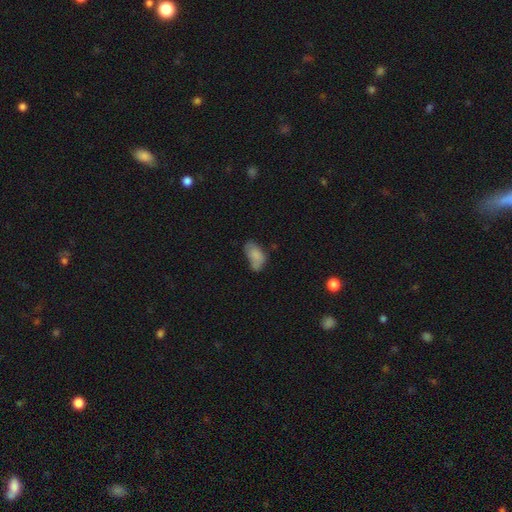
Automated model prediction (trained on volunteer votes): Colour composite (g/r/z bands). It shows a smooth galaxy with no disk features (78%) that is in between round and cigar-shaped (92%). Merging: none (43%).